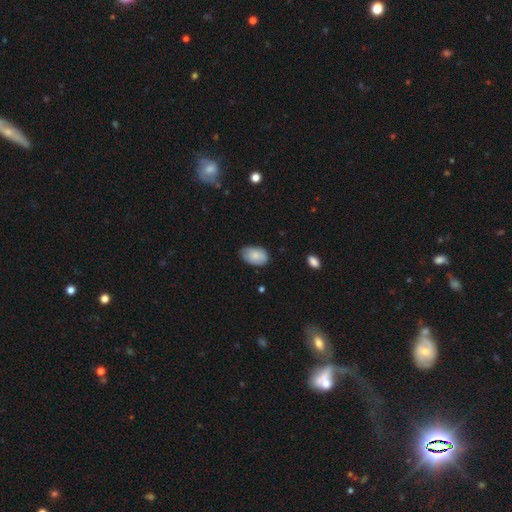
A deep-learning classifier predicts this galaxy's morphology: Smooth or featured: smooth — 79% (featured or disk — 15%)
How rounded: in between — 89% (round — 10%)
Merging: none — 69% (minor disturbance — 26%)